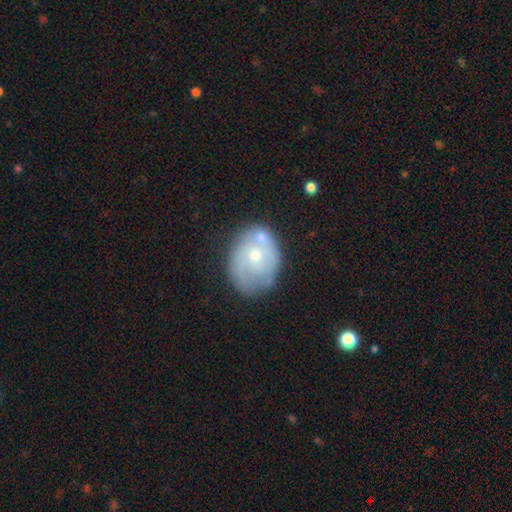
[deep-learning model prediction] Smooth or featured? featured or disk (54%)
Edge-on disk? no (96%)
Bar? no (81%)
Spiral arms? yes (52%)
Bulge size? moderate (48%)
Merging? none (52%)